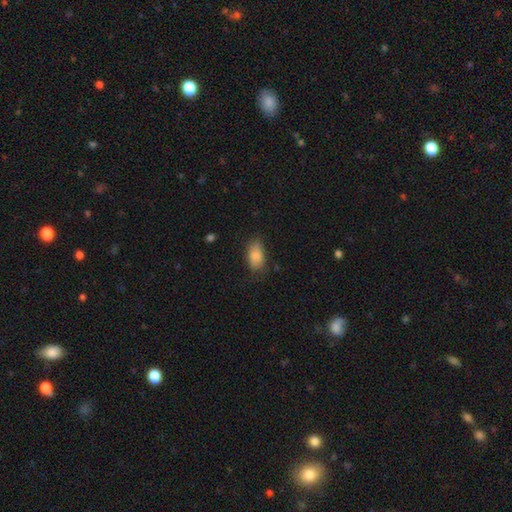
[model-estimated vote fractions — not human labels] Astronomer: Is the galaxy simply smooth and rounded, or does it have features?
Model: smooth — 86%.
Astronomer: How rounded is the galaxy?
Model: in between — 90%.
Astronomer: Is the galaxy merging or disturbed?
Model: none — 68%.